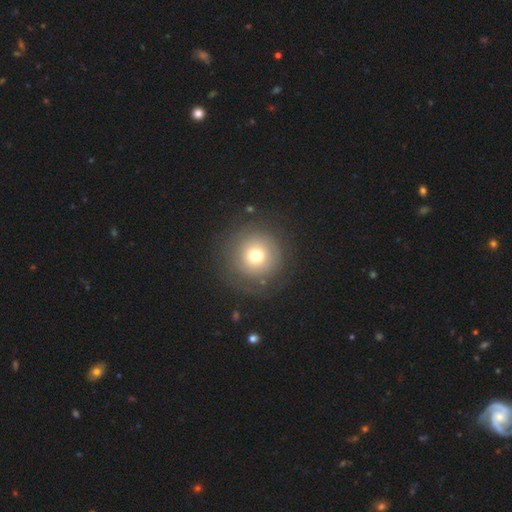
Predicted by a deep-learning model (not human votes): This appears to be a smooth galaxy with no disk features (62%) that is round (95%). Merging: none (80%).